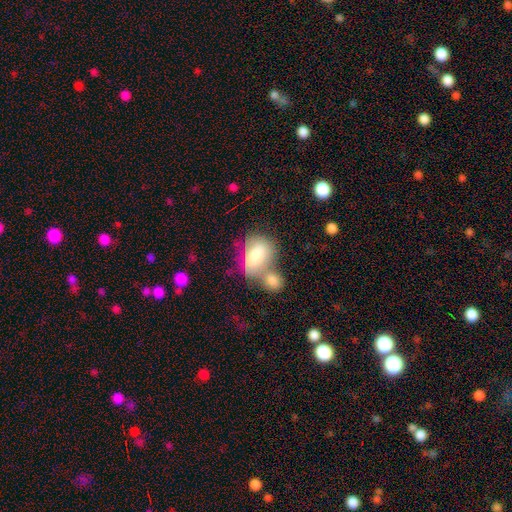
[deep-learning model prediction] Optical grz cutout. It shows a smooth galaxy with no disk features (73%) that is in between round and cigar-shaped (75%). Merging: merger (54%).